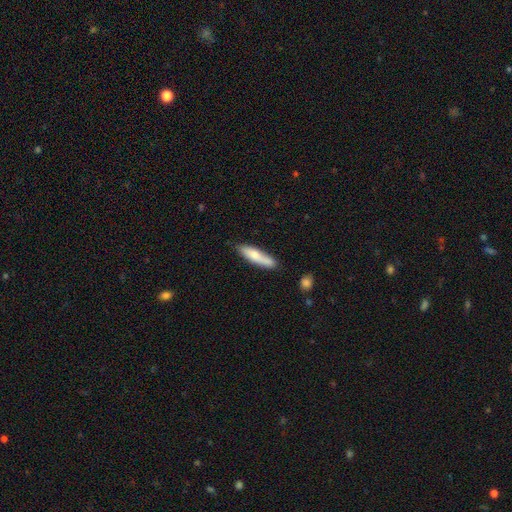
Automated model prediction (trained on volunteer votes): A smooth galaxy with no disk features (69%) that is cigar-shaped (78%). Merging: none (73%).